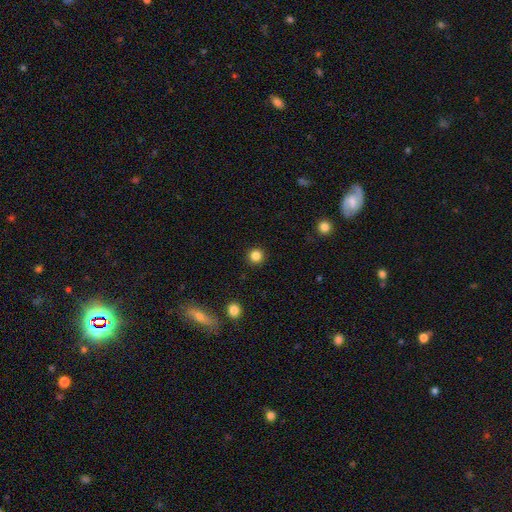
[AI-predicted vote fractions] This is clearly a smooth galaxy (84%). How rounded: clearly round (95%). Merging: clearly none (93%).